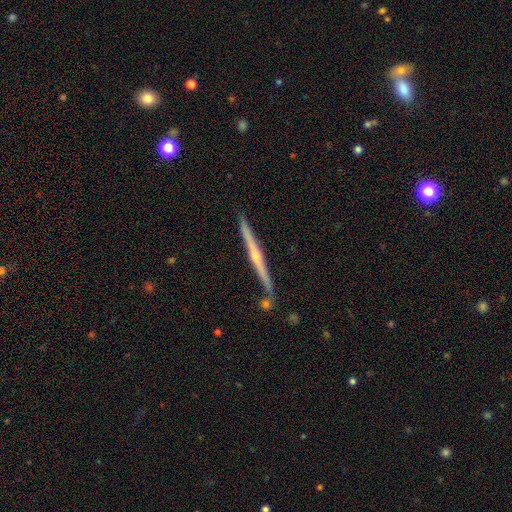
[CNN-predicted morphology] type=featured or disk (81%); edge-on=yes (98%); edge-on bulge=rounded (79%); merging=none (86%).